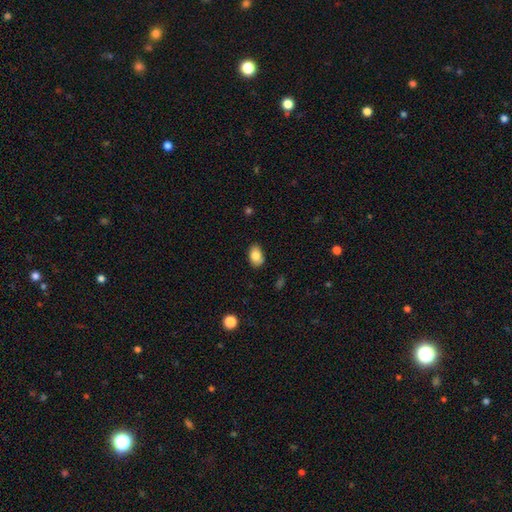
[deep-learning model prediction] A smooth galaxy with no disk features (82%) that is in between round and cigar-shaped (88%). Merging: none (82%).